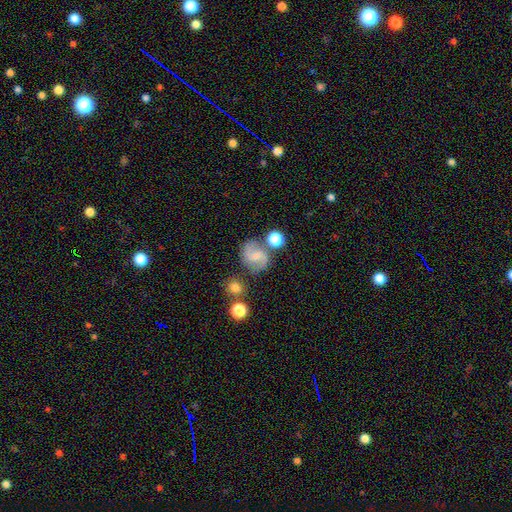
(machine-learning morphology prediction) A featured or disk galaxy (75%) with a weak bar (50%), 2 (92%) medium (52%) spiral arms (95%) and a small central bulge (47%).

Vote fractions:
- Smooth or featured? featured or disk: 75% / smooth: 17% / star or artifact: 8%
- Edge-on disk? no: 98% / yes: 2%
- Bar? weak: 50% / no: 36% / strong: 13%
- Spiral arms? yes: 95% / no: 5%
- Spiral winding? medium: 52% / loose: 35% / tight: 13%
- Spiral arm count? 2: 92% / can't tell: 3% / 1: 2% / 3: 1% / 4: 1% / more than 4: 1%
- Bulge size? small: 47% / none: 26% / moderate: 23% / large: 3% / dominant: 1%
- Merging? none: 70% / minor disturbance: 15% / merger: 10% / major disturbance: 6%